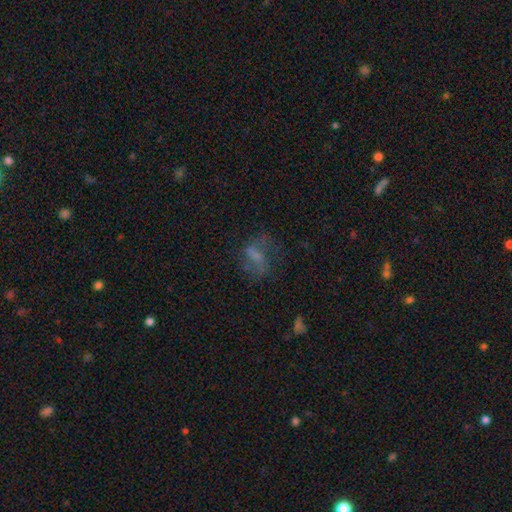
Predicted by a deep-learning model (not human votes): Smooth or featured? Predicted: featured or disk (p=0.45). Merging? Predicted: none (p=0.50).